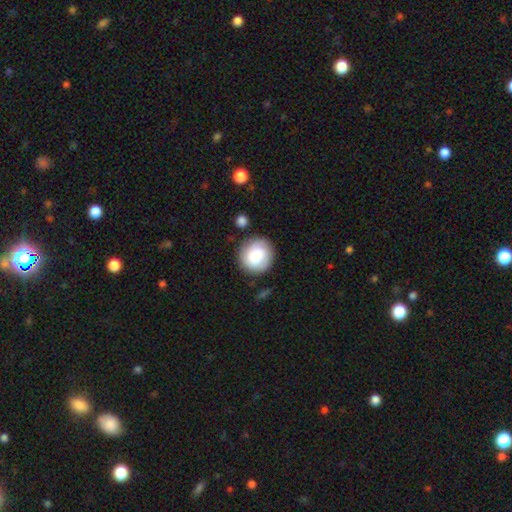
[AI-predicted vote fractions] The model was most divided on "smooth or featured": smooth: 81%, featured or disk: 13%, star or artifact: 7%. More confident: how rounded — round (90%); merging — none (82%).